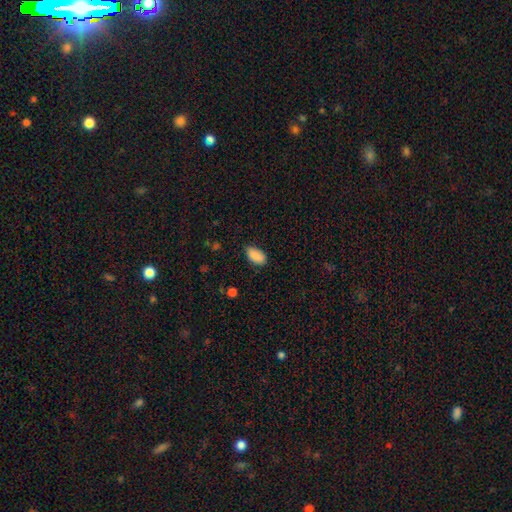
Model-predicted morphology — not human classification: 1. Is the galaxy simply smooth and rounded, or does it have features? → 89% smooth, 7% star or artifact, 4% featured or disk.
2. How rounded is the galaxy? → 94% in between, 4% round, 3% cigar-shaped.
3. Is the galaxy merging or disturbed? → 80% none, 16% minor disturbance, 3% major disturbance, 1% merger.